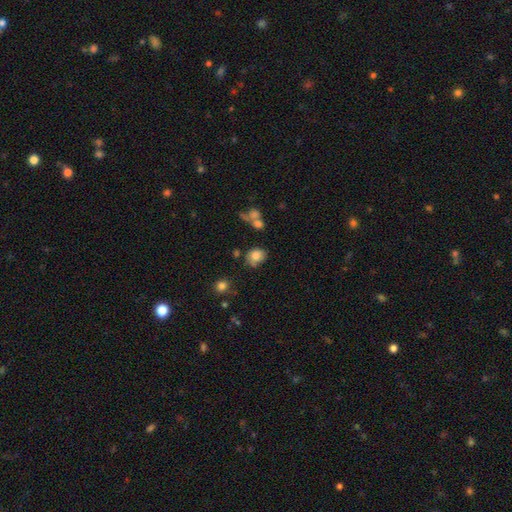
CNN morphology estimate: Smooth or featured: smooth — 79% (featured or disk — 12%)
How rounded: round — 56% (in between — 43%)
Merging: none — 58% (minor disturbance — 23%)